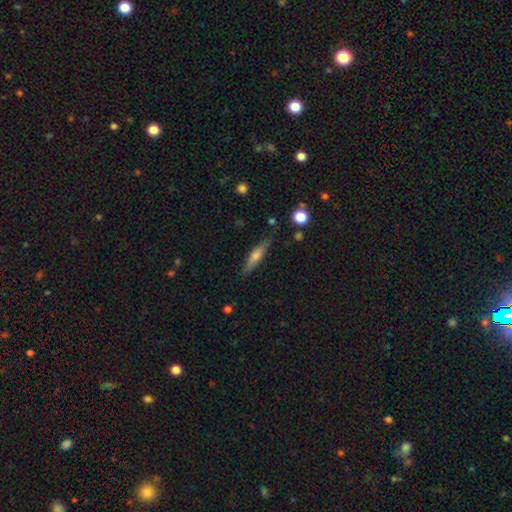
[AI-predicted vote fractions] A featured or disk galaxy (56%) viewed edge-on (95%) with a rounded central bulge (80%). Merging: none (86%).